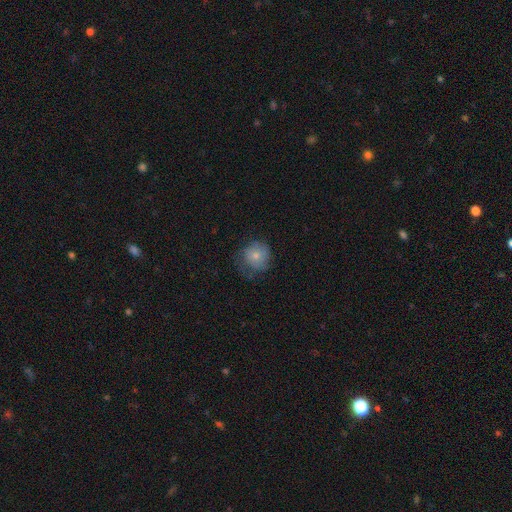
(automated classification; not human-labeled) smooth-or-featured: smooth: 73% | featured or disk: 18% | star or artifact: 9%
  how-rounded: round: 87% | in between: 13% | cigar-shaped: 1%
  merging: none: 55% | minor disturbance: 29% | major disturbance: 15% | merger: 1%